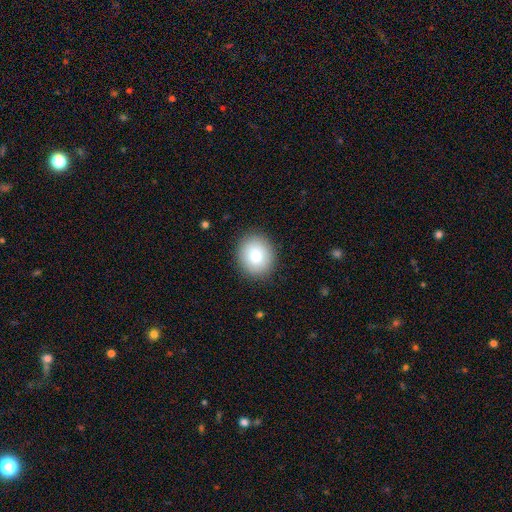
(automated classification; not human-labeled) Smooth or featured? Predicted: smooth (p=0.80). How rounded? Predicted: round (p=0.74). Merging? Predicted: none (p=0.89).